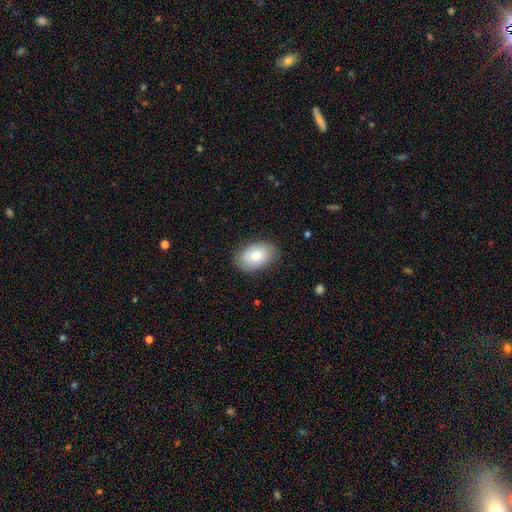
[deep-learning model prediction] Smooth or featured?
  - smooth: 76% *
  - featured or disk: 18%
  - star or artifact: 6%
How rounded?
  - in between: 90% *
  - round: 9%
  - cigar-shaped: 1%
Merging?
  - none: 82% *
  - minor disturbance: 14%
  - major disturbance: 3%
  - merger: 1%